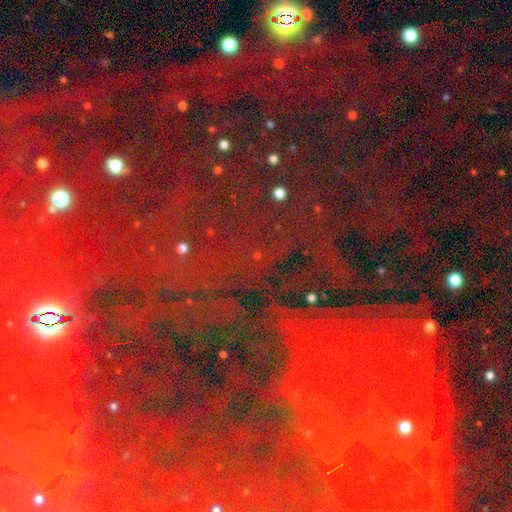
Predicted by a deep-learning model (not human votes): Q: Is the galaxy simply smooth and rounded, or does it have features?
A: star or artifact — 81%.